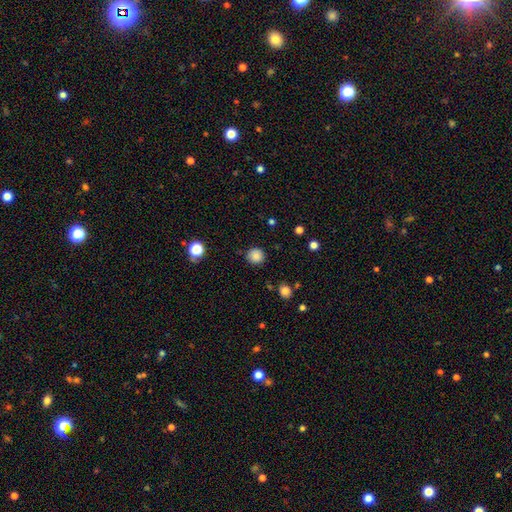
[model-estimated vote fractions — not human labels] The model was most divided on "smooth or featured": smooth: 85%, star or artifact: 11%, featured or disk: 4%. More confident: how rounded — round (93%); merging — none (88%).